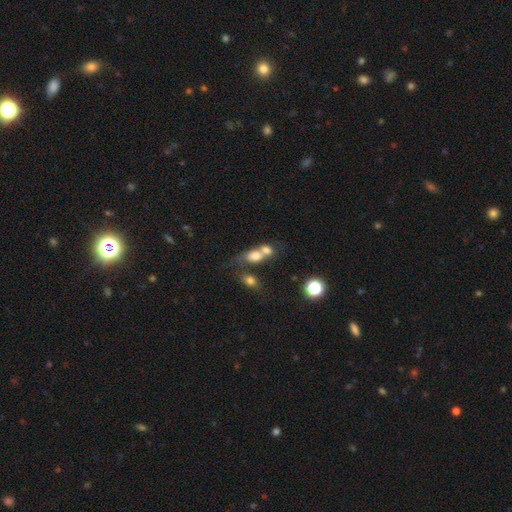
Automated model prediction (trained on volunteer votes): smooth 68%, featured or disk 21%, star or artifact 12%. Down the decision tree: how rounded — in between (64%); merging — merger (69%).